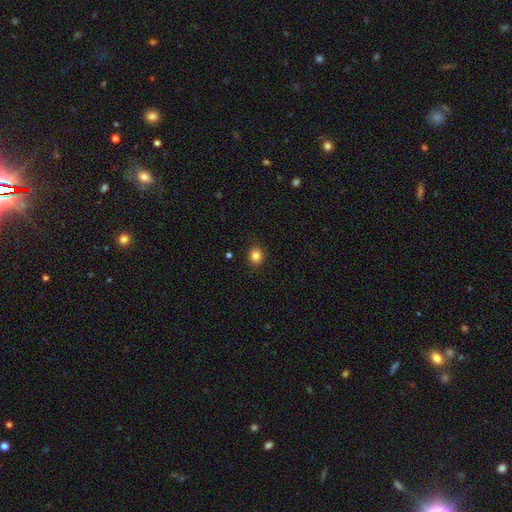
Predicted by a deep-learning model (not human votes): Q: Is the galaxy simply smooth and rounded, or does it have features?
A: smooth — 84%.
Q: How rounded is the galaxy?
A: round — 82%.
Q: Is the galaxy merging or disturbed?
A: none — 91%.